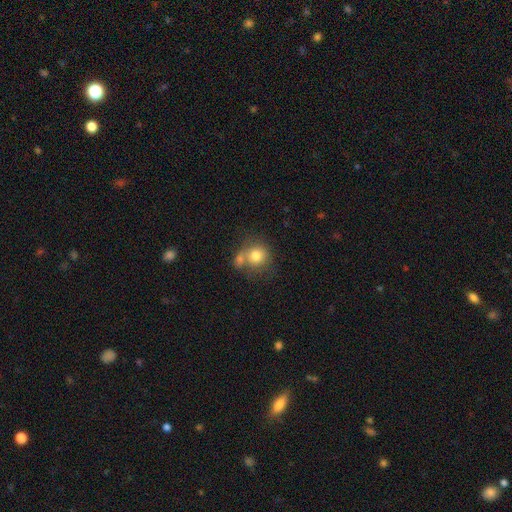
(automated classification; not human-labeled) Smooth or featured? smooth (77%)
How rounded? round (83%)
Merging? none (41%, tied with merger)